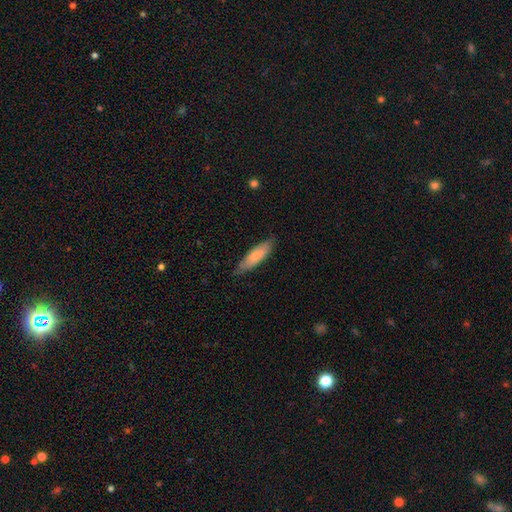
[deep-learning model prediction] Smooth or featured?
  - smooth: 77% *
  - featured or disk: 18%
  - star or artifact: 5%
How rounded?
  - cigar-shaped: 58% *
  - in between: 41%
  - round: 1%
Merging?
  - none: 76% *
  - minor disturbance: 20%
  - major disturbance: 3%
  - merger: 1%